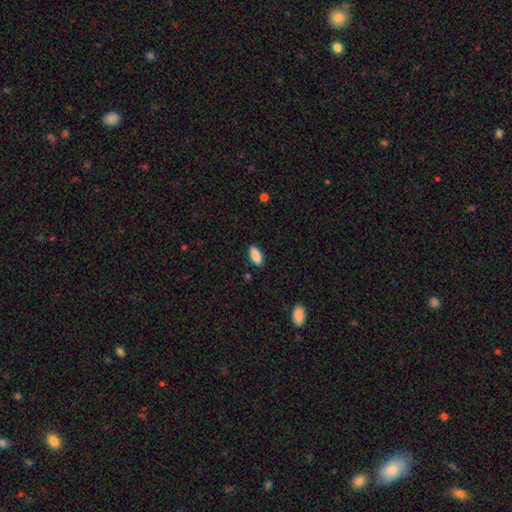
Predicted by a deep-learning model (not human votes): A smooth galaxy with no disk features (90%) that is in between round and cigar-shaped (87%). Merging: none (86%).